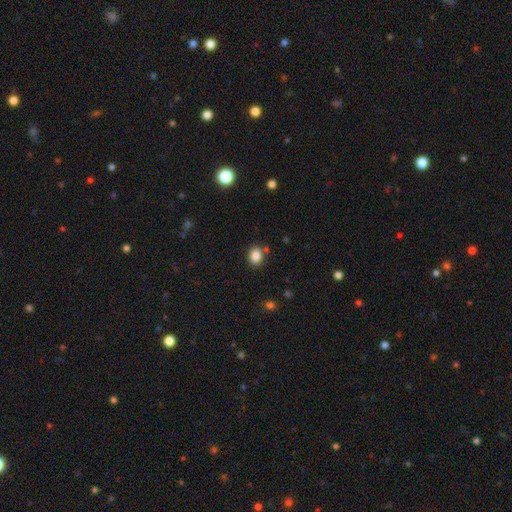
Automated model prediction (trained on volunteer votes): The model was most divided on "how rounded": round: 57%, in between: 42%, cigar-shaped: 1%. More confident: smooth or featured — smooth (85%); merging — none (81%).